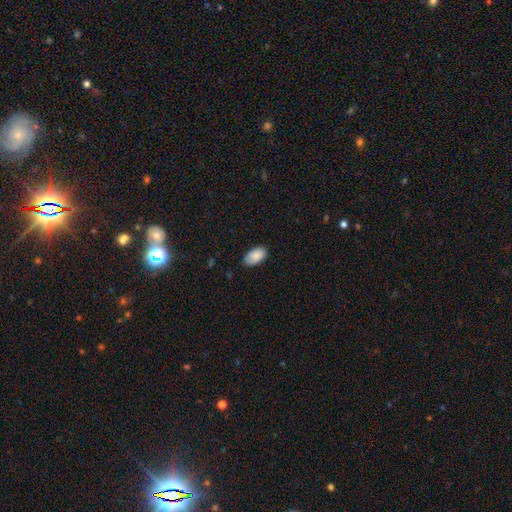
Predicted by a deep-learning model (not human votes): This is clearly a smooth galaxy (88%). How rounded: clearly in between (95%). Merging: likely none (78%).